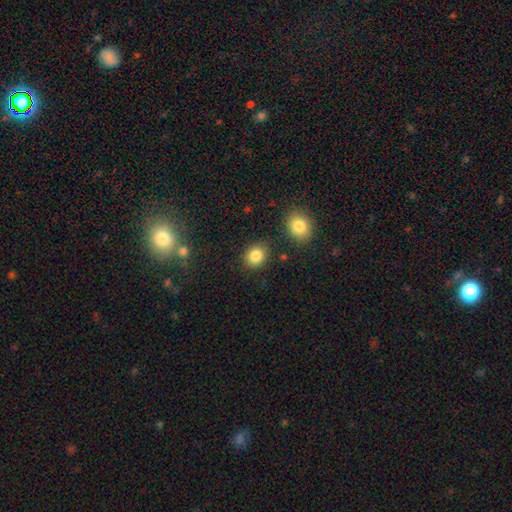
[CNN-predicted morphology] type=smooth (85%); roundness=round (69%); merging=none (83%).